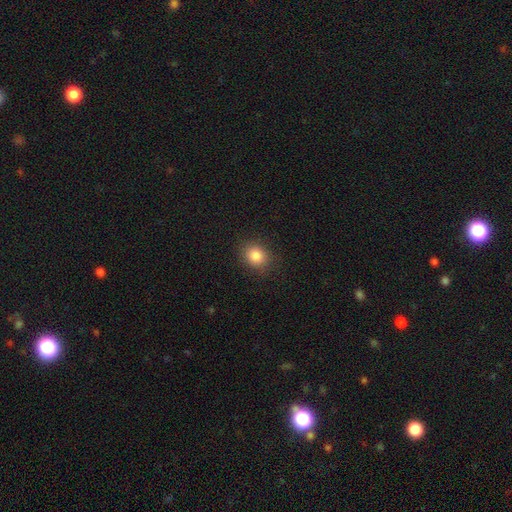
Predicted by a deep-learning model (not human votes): Smooth or featured? Predicted: smooth (p=0.84). How rounded? Predicted: round (p=0.63). Merging? Predicted: none (p=0.87).